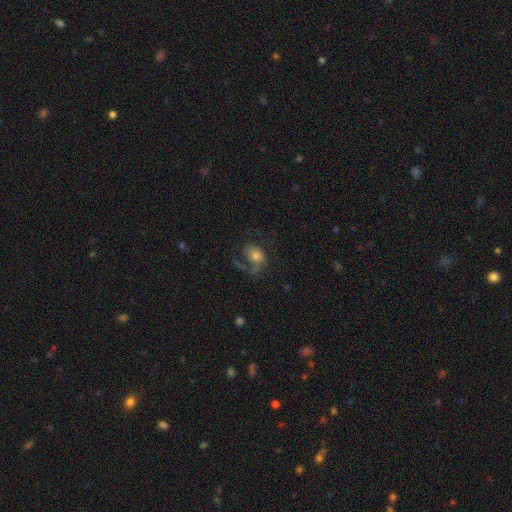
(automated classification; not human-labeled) smooth_or_featured: featured or disk (p=0.53) [alt: smooth p=0.37]
disk_edge_on: no (p=0.97) [alt: yes p=0.03]
bar: no (p=0.72) [alt: weak p=0.23]
has_spiral_arms: yes (p=0.80) [alt: no p=0.20]
bulge_size: moderate (p=0.52) [alt: small p=0.22]
merging: none (p=0.41) [alt: major disturbance p=0.36]